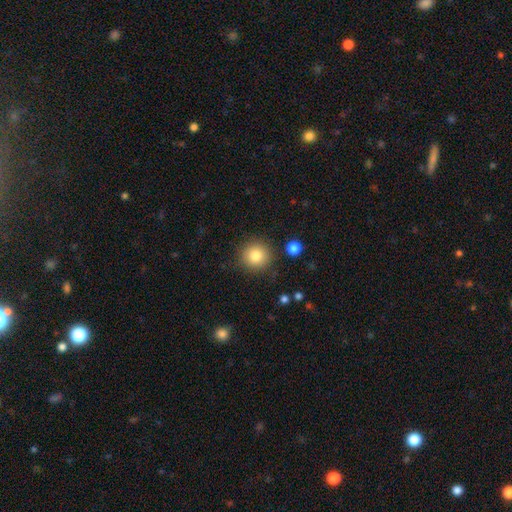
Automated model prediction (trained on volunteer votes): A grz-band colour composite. It shows a smooth galaxy with no disk features (82%) that is round (93%). Merging: none (88%).